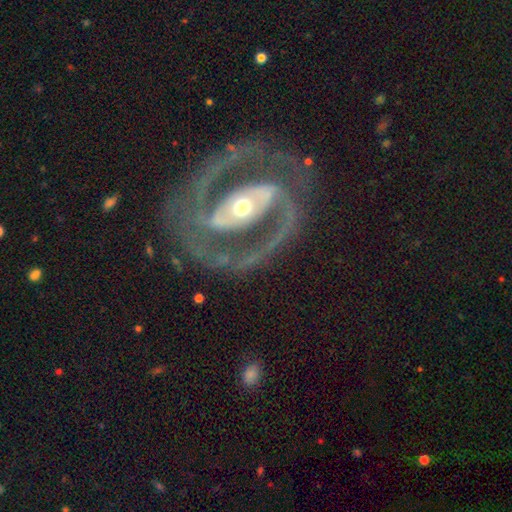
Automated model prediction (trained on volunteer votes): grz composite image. It shows a featured or disk galaxy (90%) with a strong bar (52%), 2 (90%) medium (50%) spiral arms (92%) and a moderate central bulge (56%). Merging: none (77%).